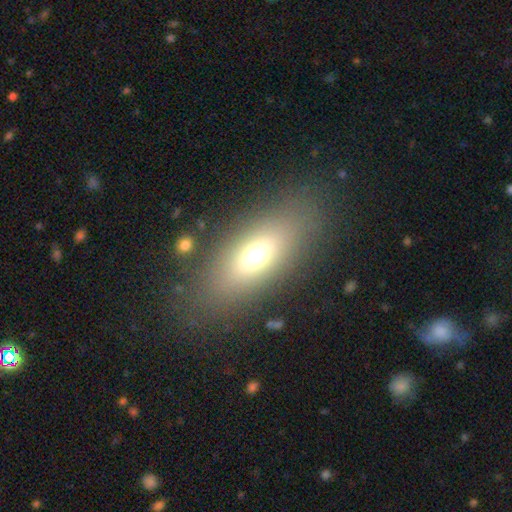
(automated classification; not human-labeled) Smooth or featured? Predicted: smooth (p=0.65). How rounded? Predicted: in between (p=0.75). Merging? Predicted: none (p=0.81).